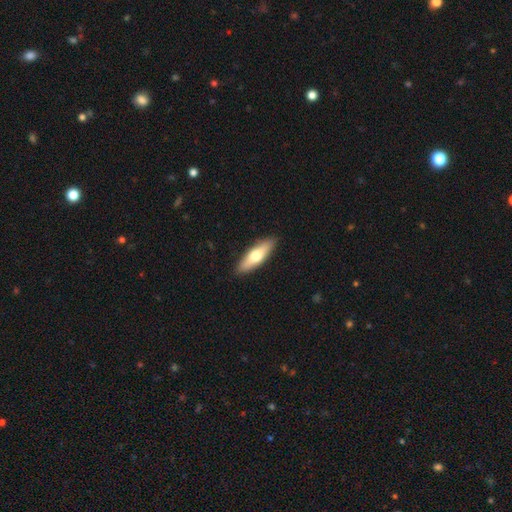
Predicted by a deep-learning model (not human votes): This appears to be a smooth galaxy with no disk features (62%) that is cigar-shaped (49%, tied with in between). Merging: none (89%).